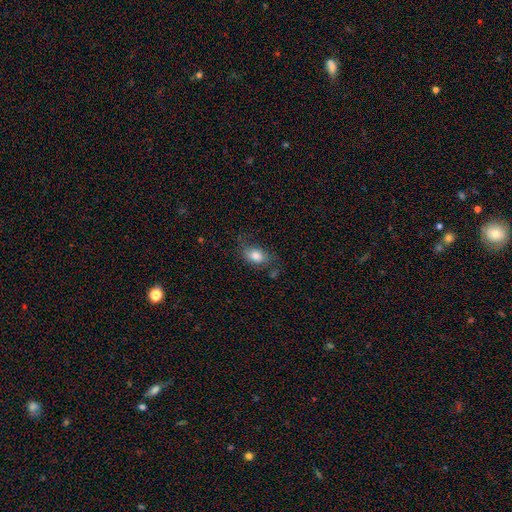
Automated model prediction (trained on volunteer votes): Morphology: type=smooth (81%); roundness=in between (80%); merging=none (64%).